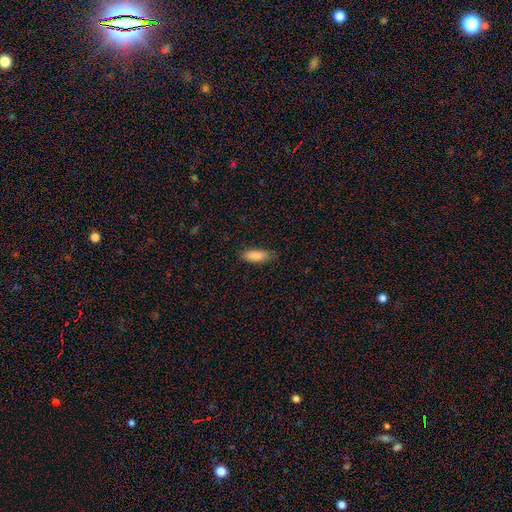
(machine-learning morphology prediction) Smooth or featured: smooth — 87% (featured or disk — 7%)
How rounded: in between — 69% (cigar-shaped — 29%)
Merging: none — 79% (minor disturbance — 16%)